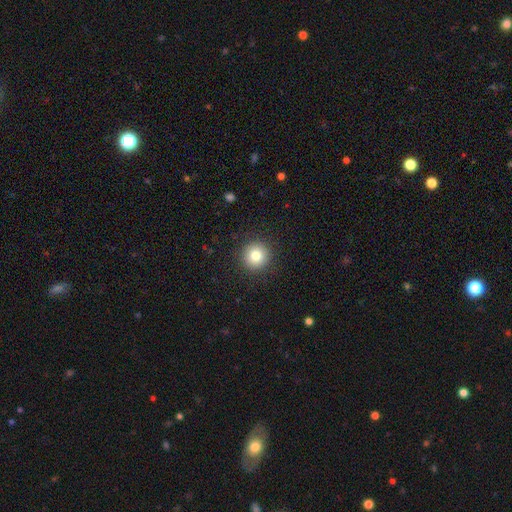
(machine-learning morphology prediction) smooth-or-featured: smooth: 81% | star or artifact: 11% | featured or disk: 8%
  how-rounded: round: 95% | in between: 5% | cigar-shaped: 1%
  merging: none: 92% | minor disturbance: 5% | major disturbance: 2% | merger: 1%